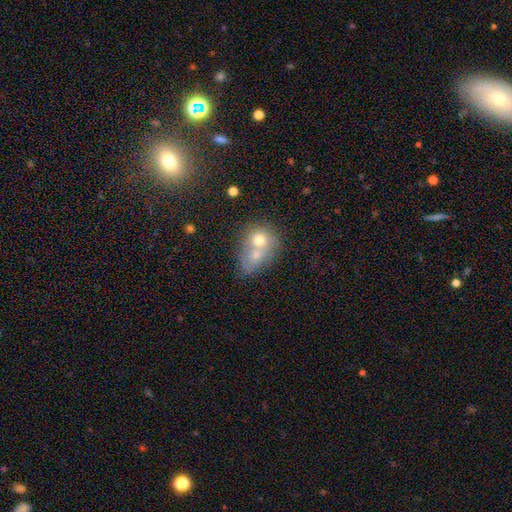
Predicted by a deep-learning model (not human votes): This appears to be a smooth galaxy with no disk features (66%) that is round (53%). Merging: merger (69%).